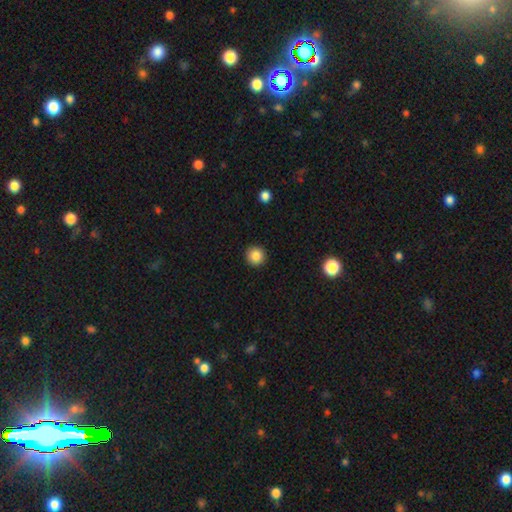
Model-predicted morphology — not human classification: Overall: smooth (86%). How rounded: round (95%). Merging: none (93%).